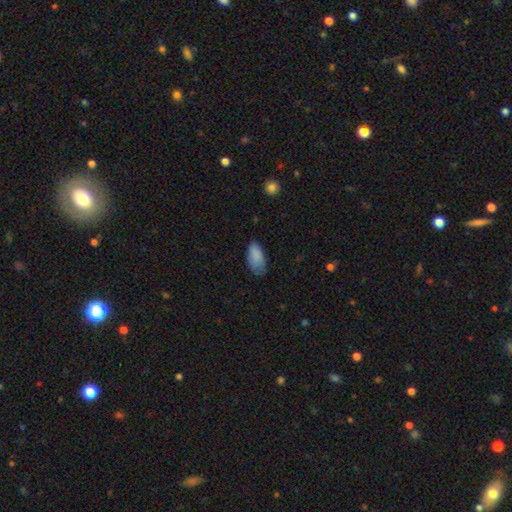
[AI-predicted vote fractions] Overall: smooth (86%). How rounded: in between (93%). Merging: none (58%; minor disturbance 33%).